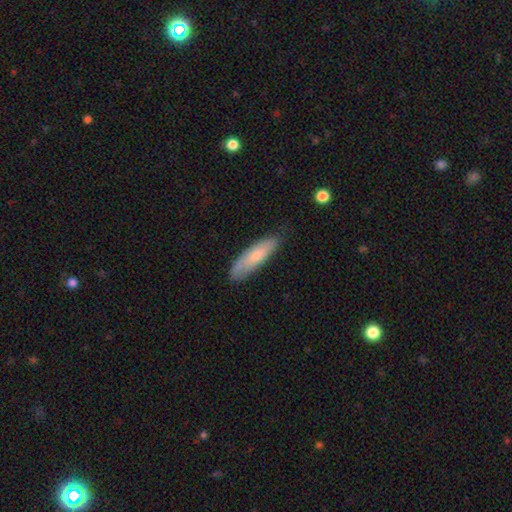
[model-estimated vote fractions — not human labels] This is likely a smooth galaxy (72%). How rounded: possibly cigar-shaped (59%). Merging: likely none (77%).